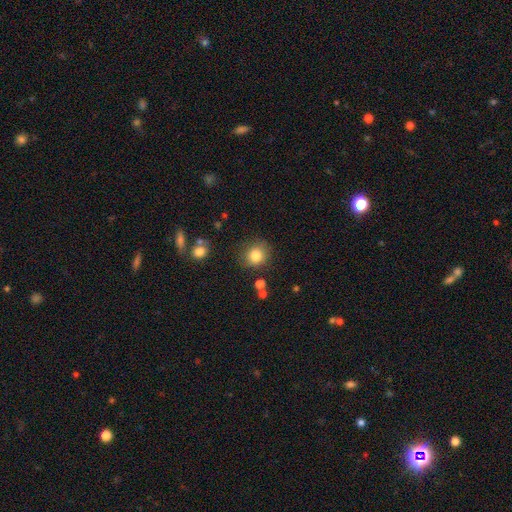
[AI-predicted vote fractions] The model was most divided on "how rounded": round: 84%, in between: 15%, cigar-shaped: 1%. More confident: smooth or featured — smooth (83%); merging — none (81%).